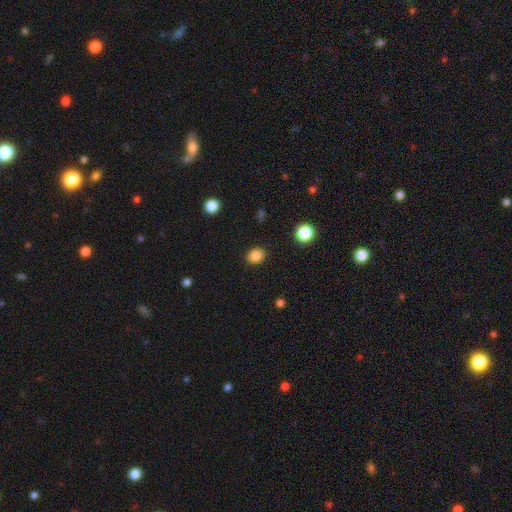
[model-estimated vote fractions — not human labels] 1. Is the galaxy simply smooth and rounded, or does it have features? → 85% smooth, 11% star or artifact, 4% featured or disk.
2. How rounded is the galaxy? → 61% round, 38% in between, 1% cigar-shaped.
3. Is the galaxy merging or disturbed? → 89% none, 7% minor disturbance, 2% major disturbance, 1% merger.